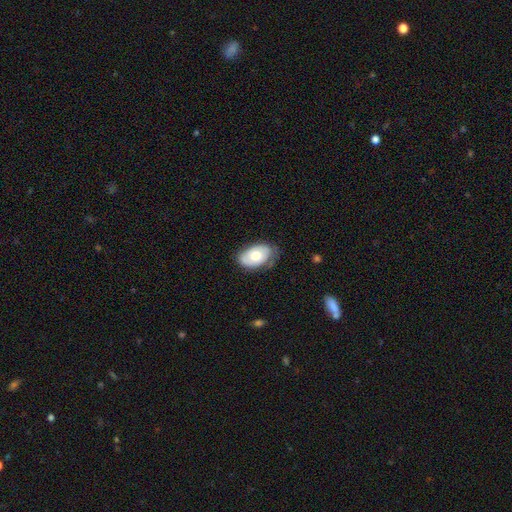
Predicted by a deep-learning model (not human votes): smooth-or-featured: smooth: 60% | featured or disk: 33% | star or artifact: 6%
  how-rounded: in between: 89% | round: 9% | cigar-shaped: 1%
  merging: none: 66% | minor disturbance: 26% | major disturbance: 7% | merger: 1%